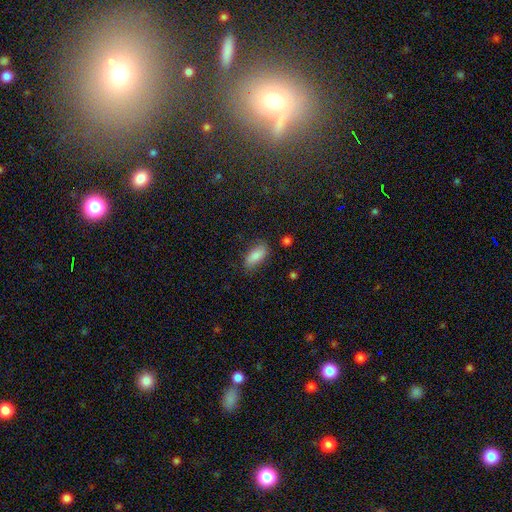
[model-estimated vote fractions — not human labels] This appears to be a smooth galaxy with no disk features (85%) that is in between round and cigar-shaped (85%). Merging: none (78%).